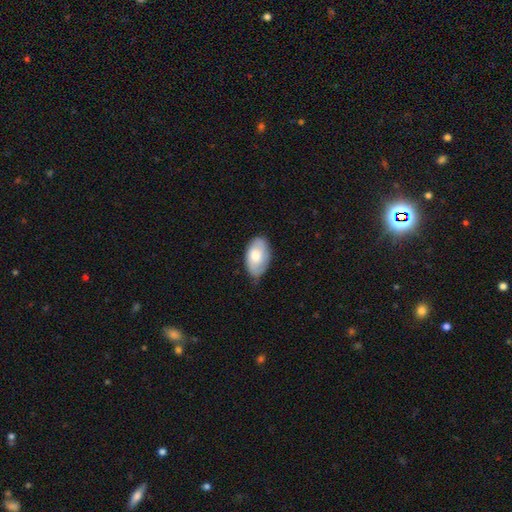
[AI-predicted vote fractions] This appears to be a smooth galaxy with no disk features (69%) that is in between round and cigar-shaped (94%). Merging: none (65%).